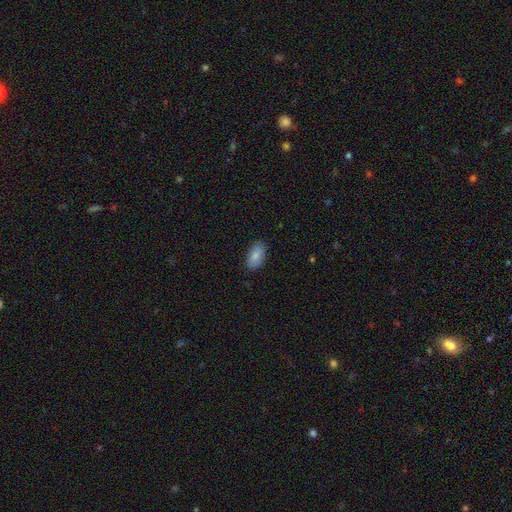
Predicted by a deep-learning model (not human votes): The model was most divided on "merging": none: 85%, minor disturbance: 12%, major disturbance: 2%, merger: 1%. More confident: how rounded — in between (94%); smooth or featured — smooth (85%).